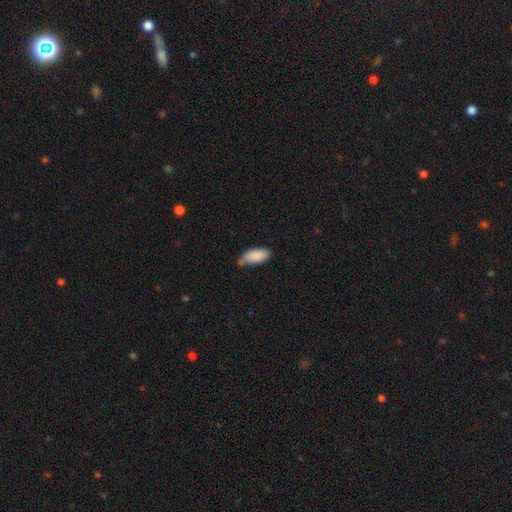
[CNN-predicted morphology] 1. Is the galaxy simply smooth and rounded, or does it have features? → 88% smooth, 7% star or artifact, 6% featured or disk.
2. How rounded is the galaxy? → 85% in between, 14% cigar-shaped, 2% round.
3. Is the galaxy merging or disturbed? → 55% none, 30% minor disturbance, 9% merger, 6% major disturbance.